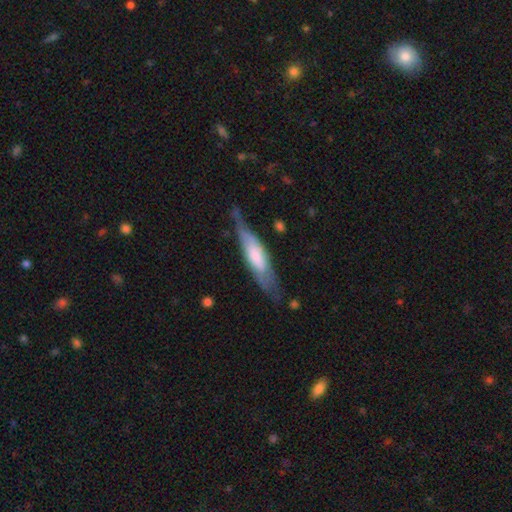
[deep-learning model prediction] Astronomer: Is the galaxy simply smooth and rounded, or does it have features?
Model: smooth — 50% (runner-up: featured or disk, 44%).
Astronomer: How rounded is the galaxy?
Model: cigar-shaped — 67%.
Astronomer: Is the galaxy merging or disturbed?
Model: none — 56%.